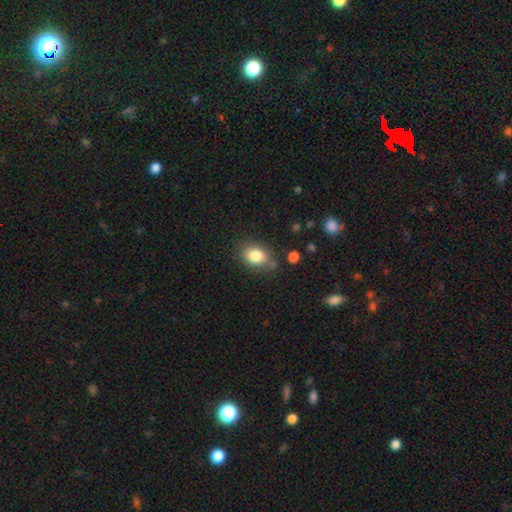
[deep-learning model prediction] Morphology: type=smooth (82%); roundness=in between (65%); merging=none (67%).